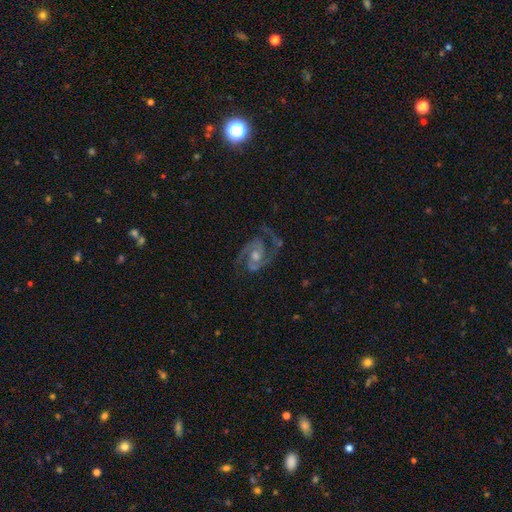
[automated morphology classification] type=featured or disk (91%); edge-on=no (98%); bar=no (49%); spiral arms=yes (98%); winding=medium (61%); arm count=2 (92%); bulge=moderate (58%); merging=none (74%).